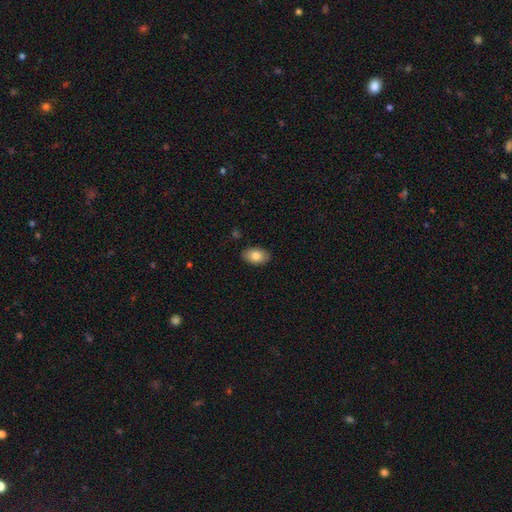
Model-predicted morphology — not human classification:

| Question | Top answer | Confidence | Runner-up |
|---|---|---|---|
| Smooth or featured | smooth | 81% | featured or disk (12%) |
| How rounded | in between | 91% | round (8%) |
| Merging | none | 88% | minor disturbance (9%) |